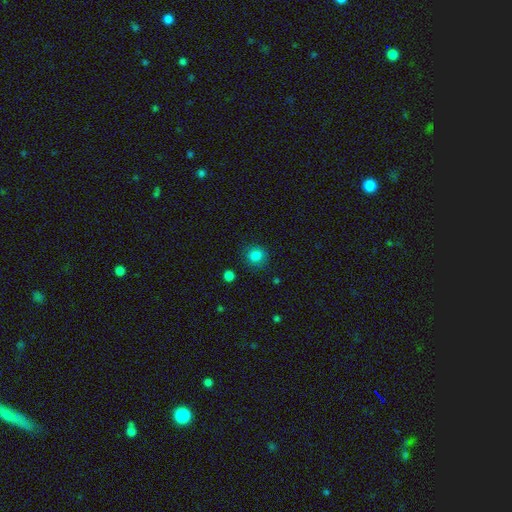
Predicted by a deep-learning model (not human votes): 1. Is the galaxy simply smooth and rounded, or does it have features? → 84% smooth, 12% star or artifact, 4% featured or disk.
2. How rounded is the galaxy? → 86% round, 13% in between, 1% cigar-shaped.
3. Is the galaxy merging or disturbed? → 85% none, 10% minor disturbance, 3% major disturbance, 2% merger.